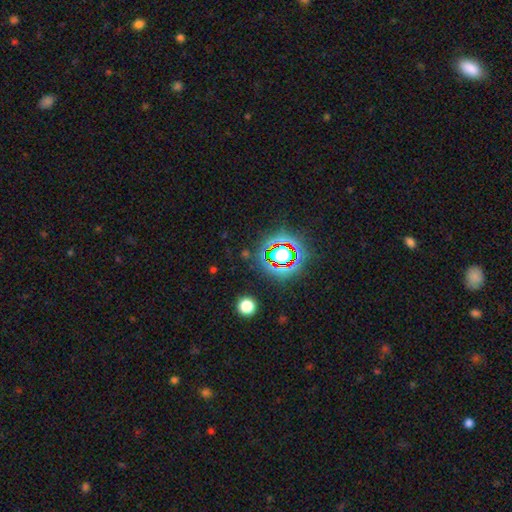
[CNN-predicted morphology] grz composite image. It shows a star or artifact, not a galaxy (77%).